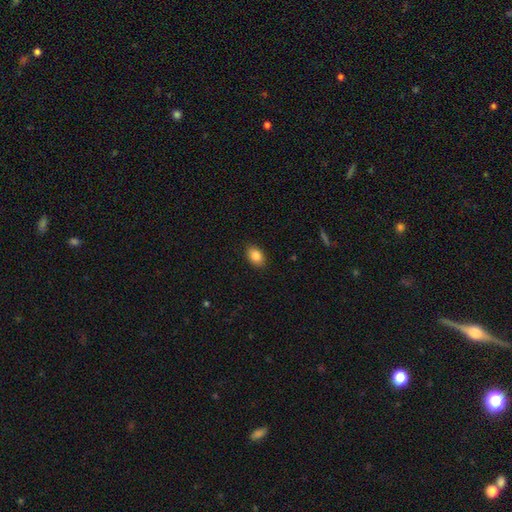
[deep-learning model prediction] Overall: smooth (86%). How rounded: in between (82%). Merging: none (89%).